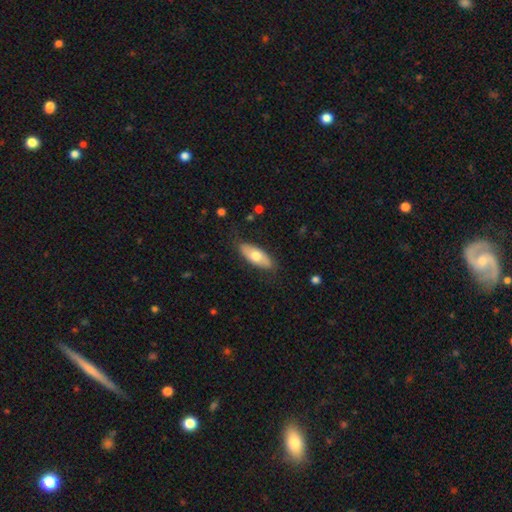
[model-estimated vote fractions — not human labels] Smooth or featured?
  - smooth: 66% *
  - featured or disk: 29%
  - star or artifact: 5%
How rounded?
  - in between: 79% *
  - cigar-shaped: 19%
  - round: 2%
Merging?
  - none: 82% *
  - minor disturbance: 14%
  - major disturbance: 3%
  - merger: 1%